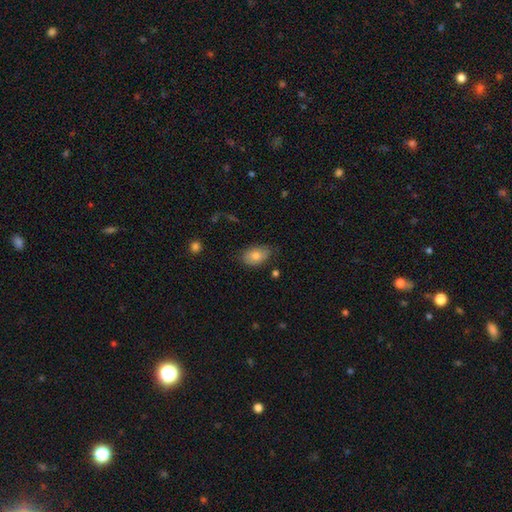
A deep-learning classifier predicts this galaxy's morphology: Smooth or featured?
  - smooth: 79% *
  - featured or disk: 13%
  - star or artifact: 8%
How rounded?
  - in between: 89% *
  - round: 10%
  - cigar-shaped: 1%
Merging?
  - none: 72% *
  - minor disturbance: 23%
  - major disturbance: 4%
  - merger: 2%